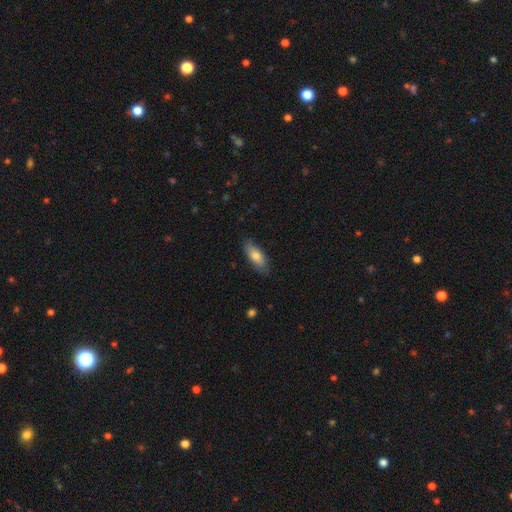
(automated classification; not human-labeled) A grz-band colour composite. It shows a smooth galaxy with no disk features (76%) that is in between round and cigar-shaped (72%). Merging: none (83%).